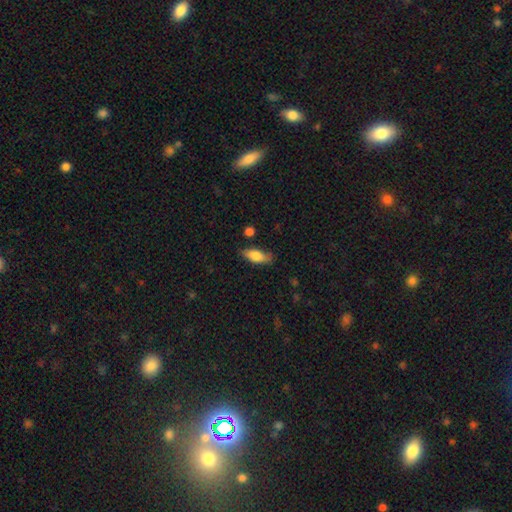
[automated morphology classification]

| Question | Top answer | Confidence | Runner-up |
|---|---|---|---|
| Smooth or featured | smooth | 80% | featured or disk (14%) |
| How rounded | in between | 75% | cigar-shaped (23%) |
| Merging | none | 76% | minor disturbance (18%) |